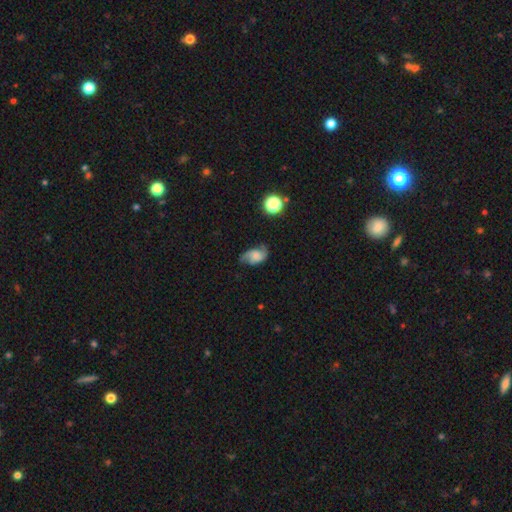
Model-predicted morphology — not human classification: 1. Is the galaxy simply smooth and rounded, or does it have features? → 65% featured or disk, 25% smooth, 10% star or artifact.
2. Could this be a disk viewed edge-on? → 97% no, 3% yes.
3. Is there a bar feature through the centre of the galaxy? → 63% no, 31% weak, 6% strong.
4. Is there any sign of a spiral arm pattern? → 93% yes, 7% no.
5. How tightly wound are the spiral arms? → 44% loose, 41% medium, 15% tight.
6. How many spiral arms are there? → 83% 2, 6% can't tell, 4% 1, 4% 3, 1% 4, 1% more than 4.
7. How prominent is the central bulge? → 36% none, 26% small, 22% moderate, 12% large, 3% dominant.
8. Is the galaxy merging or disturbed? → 61% none, 24% minor disturbance, 12% major disturbance, 2% merger.